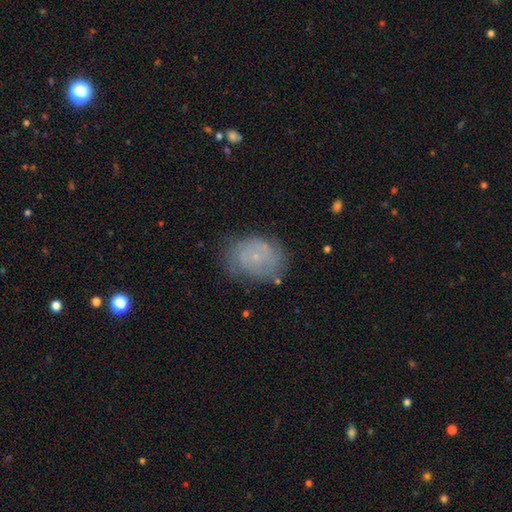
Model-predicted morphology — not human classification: This is possibly a featured or disk galaxy (56%). It is clearly not viewed edge-on (97%). Bar: likely no (80%). Spiral arm pattern: likely yes (78%). Central bulge: clearly small (81%). Merging: likely none (69%).